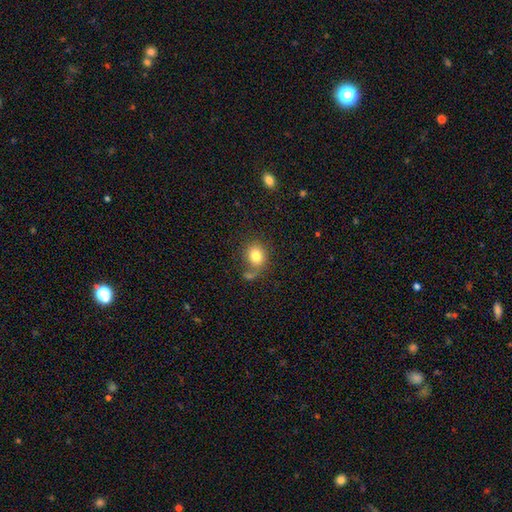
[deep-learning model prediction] Smooth or featured? Predicted: smooth (p=0.81). How rounded? Predicted: round (p=0.66). Merging? Predicted: none (p=0.56).